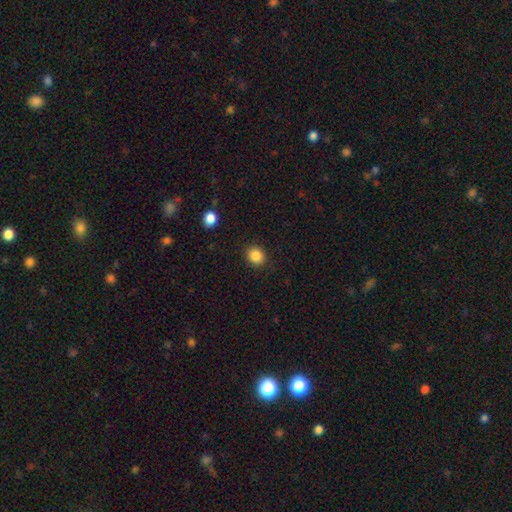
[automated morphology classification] smooth-or-featured: smooth: 86% | star or artifact: 10% | featured or disk: 4%
  how-rounded: round: 76% | in between: 23% | cigar-shaped: 1%
  merging: none: 89% | minor disturbance: 8% | major disturbance: 3% | merger: 1%